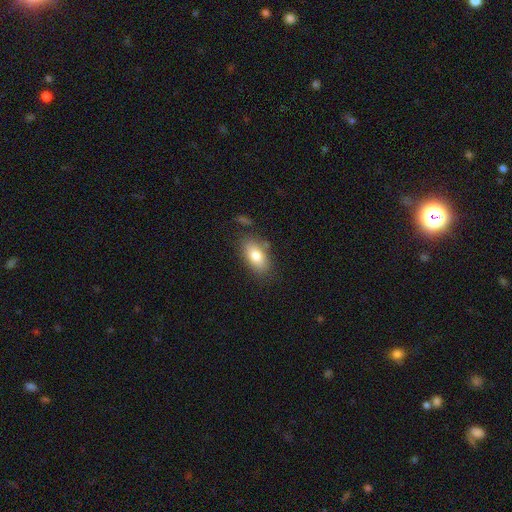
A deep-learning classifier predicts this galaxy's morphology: smooth 80%, featured or disk 13%, star or artifact 7%. Down the decision tree: how rounded — in between (90%); merging — none (77%).